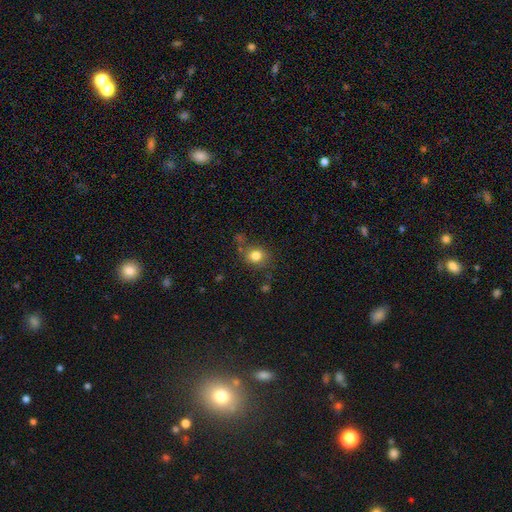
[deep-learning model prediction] Smooth or featured: smooth — 80% (star or artifact — 12%)
How rounded: round — 67% (in between — 32%)
Merging: none — 71% (minor disturbance — 17%)